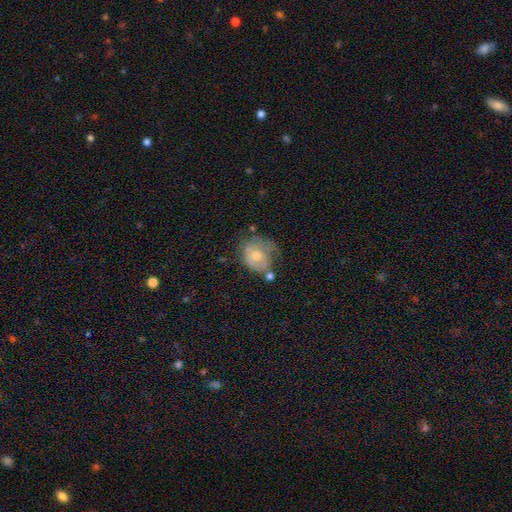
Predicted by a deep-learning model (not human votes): smooth_or_featured: featured or disk (p=0.53) [alt: smooth p=0.38]
disk_edge_on: no (p=0.96) [alt: yes p=0.04]
bar: no (p=0.76) [alt: weak p=0.20]
has_spiral_arms: yes (p=0.67) [alt: no p=0.33]
bulge_size: moderate (p=0.66) [alt: small p=0.27]
merging: none (p=0.45) [alt: minor disturbance p=0.29]